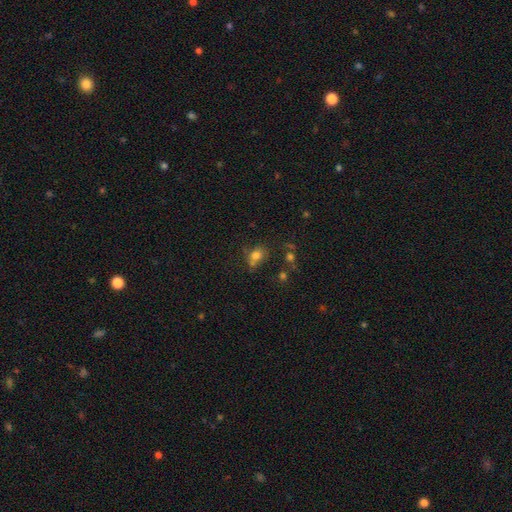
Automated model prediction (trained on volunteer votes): Smooth or featured?
  - smooth: 74% *
  - star or artifact: 15%
  - featured or disk: 11%
How rounded?
  - round: 57% *
  - in between: 41%
  - cigar-shaped: 1%
Merging?
  - none: 48% *
  - merger: 23%
  - minor disturbance: 19%
  - major disturbance: 9%